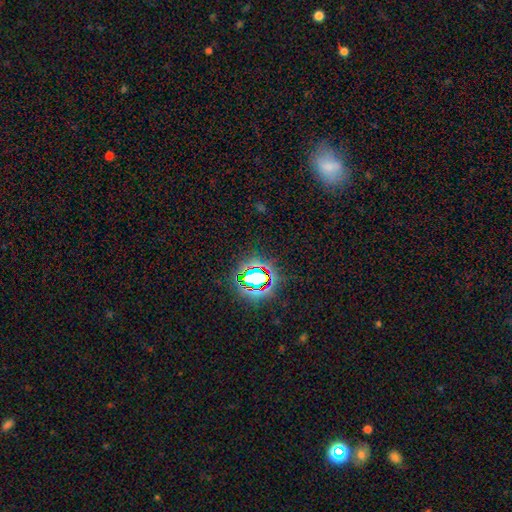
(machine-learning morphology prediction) smooth_or_featured: star or artifact (p=0.75) [alt: smooth p=0.17]